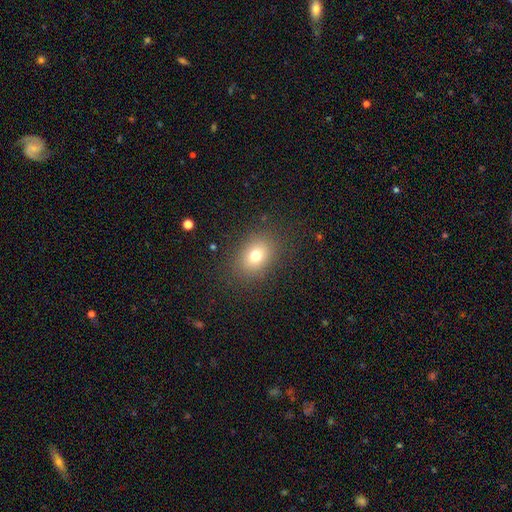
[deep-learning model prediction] A smooth galaxy with no disk features (76%) that is in between round and cigar-shaped (59%).

Vote fractions:
- Smooth or featured? smooth: 76% / star or artifact: 13% / featured or disk: 11%
- How rounded? in between: 59% / round: 40% / cigar-shaped: 1%
- Merging? none: 85% / minor disturbance: 9% / major disturbance: 4% / merger: 1%